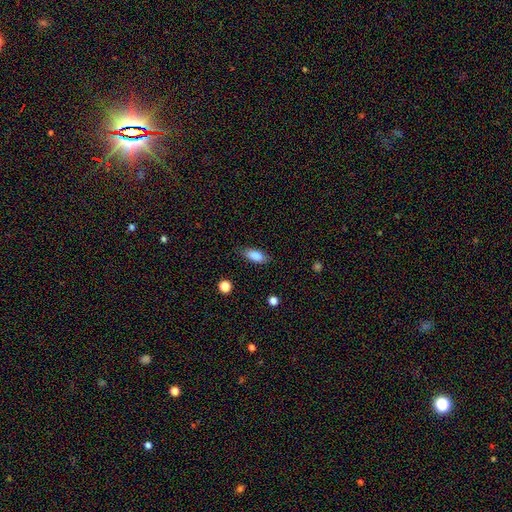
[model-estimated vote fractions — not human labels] smooth-or-featured: smooth: 85% | featured or disk: 7% | star or artifact: 7%
  how-rounded: in between: 83% | cigar-shaped: 14% | round: 3%
  merging: none: 81% | minor disturbance: 15% | major disturbance: 4% | merger: 1%